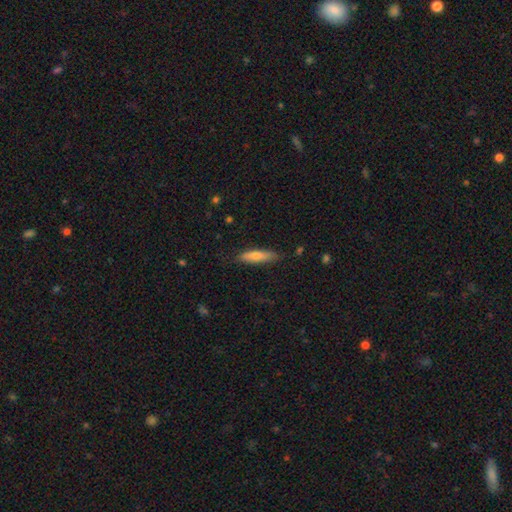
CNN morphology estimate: Q: Smooth or featured?
A: smooth (70%); runner-up: featured or disk (24%)
Q: How rounded?
A: cigar-shaped (75%); runner-up: in between (24%)
Q: Merging?
A: none (82%); runner-up: minor disturbance (14%)